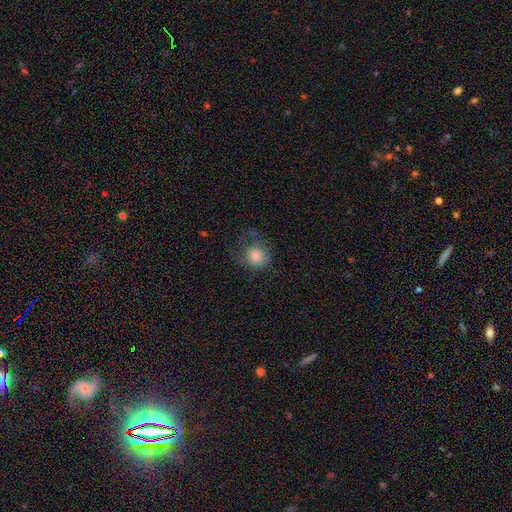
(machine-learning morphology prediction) A smooth galaxy with no disk features (74%) that is round (79%). Merging: none (43%).